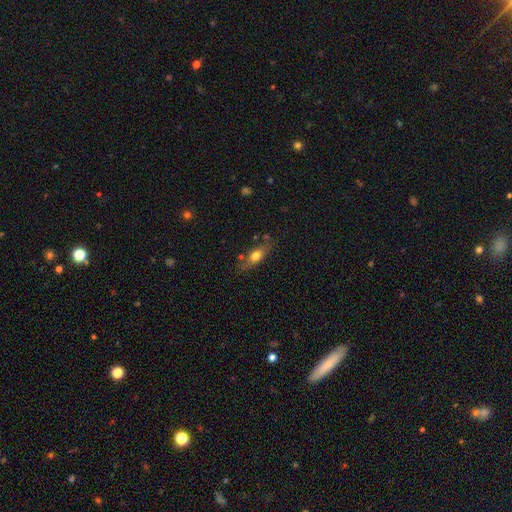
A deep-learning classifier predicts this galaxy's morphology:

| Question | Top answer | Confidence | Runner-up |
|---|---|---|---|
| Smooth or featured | smooth | 64% | featured or disk (29%) |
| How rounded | in between | 66% | cigar-shaped (30%) |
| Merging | none | 72% | minor disturbance (18%) |